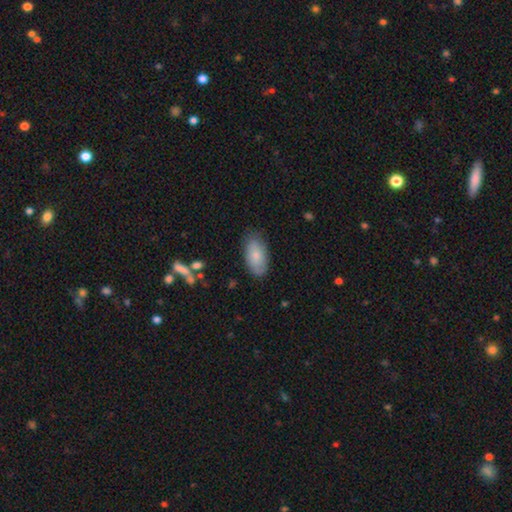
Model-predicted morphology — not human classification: The model was most divided on "merging": none: 78%, minor disturbance: 17%, major disturbance: 4%, merger: 1%. More confident: how rounded — in between (93%); smooth or featured — smooth (79%).